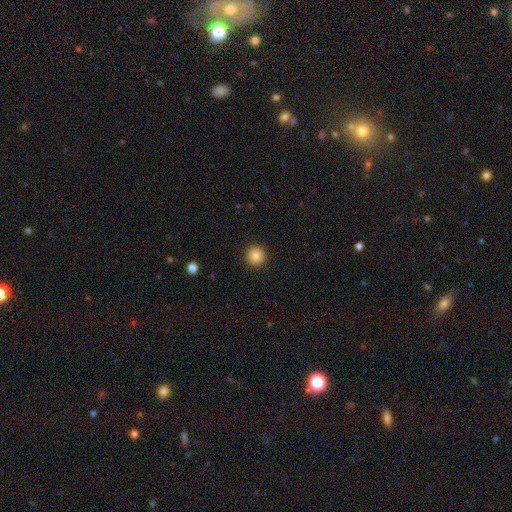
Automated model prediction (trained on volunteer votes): smooth 85%, star or artifact 10%, featured or disk 5%. Down the decision tree: how rounded — round (95%); merging — none (92%).